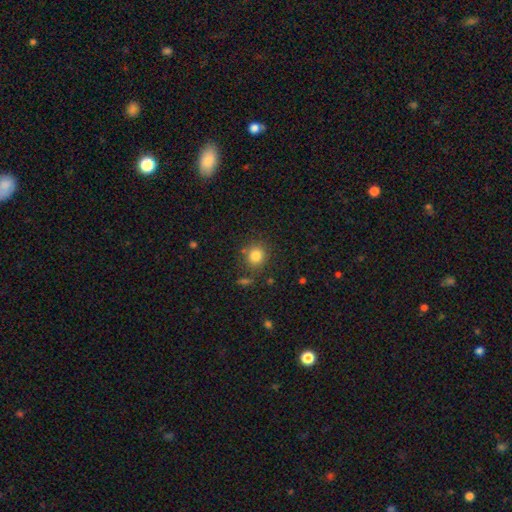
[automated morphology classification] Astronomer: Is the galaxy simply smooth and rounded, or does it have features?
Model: smooth — 82%.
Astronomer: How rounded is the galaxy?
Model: round — 84%.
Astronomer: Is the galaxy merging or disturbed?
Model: none — 79%.